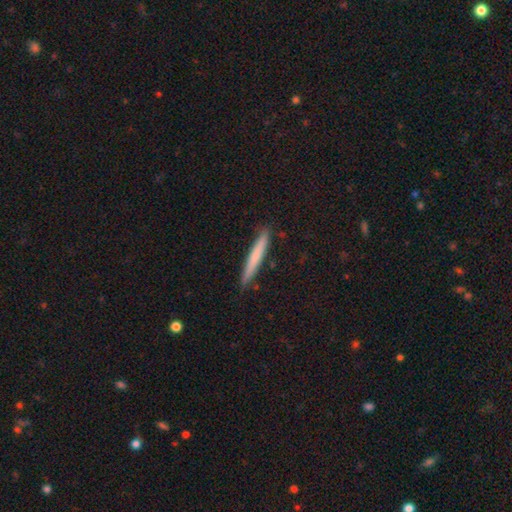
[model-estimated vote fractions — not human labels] The model was most divided on "smooth or featured": smooth: 68%, featured or disk: 26%, star or artifact: 6%. More confident: how rounded — cigar-shaped (96%); merging — none (89%).